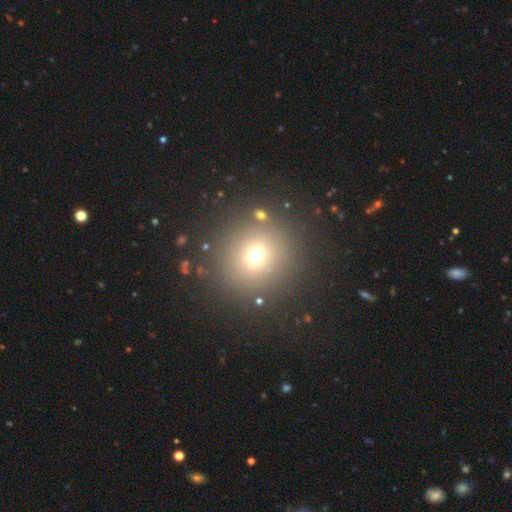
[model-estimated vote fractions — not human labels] smooth_or_featured: smooth (p=0.66) [alt: star or artifact p=0.23]
how_rounded: round (p=0.93) [alt: in between p=0.06]
merging: none (p=0.85) [alt: minor disturbance p=0.07]